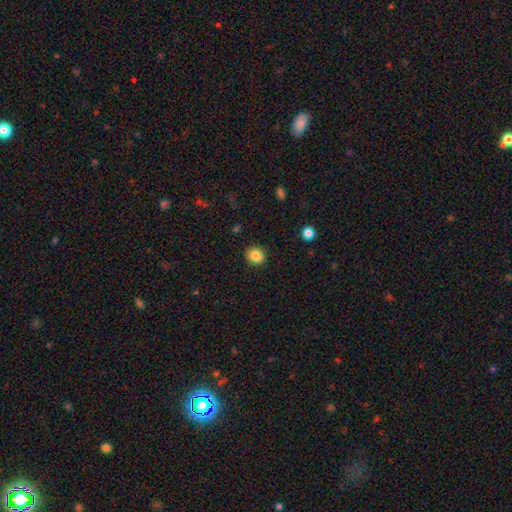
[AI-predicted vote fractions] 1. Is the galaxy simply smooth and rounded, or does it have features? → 85% smooth, 10% star or artifact, 5% featured or disk.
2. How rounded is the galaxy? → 73% round, 26% in between, 1% cigar-shaped.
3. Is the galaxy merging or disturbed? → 90% none, 7% minor disturbance, 2% major disturbance, 1% merger.